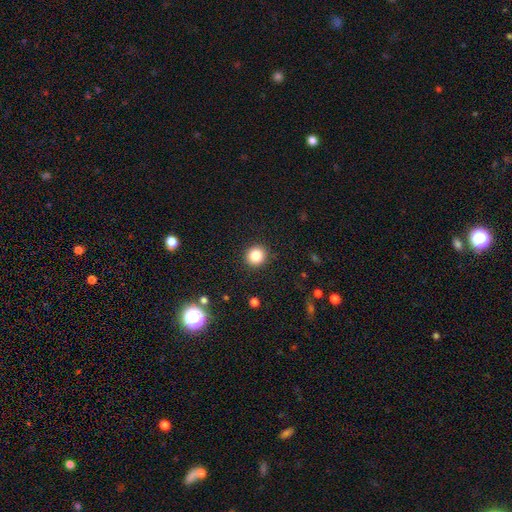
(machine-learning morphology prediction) This is clearly a smooth galaxy (84%). How rounded: clearly round (89%). Merging: clearly none (91%).